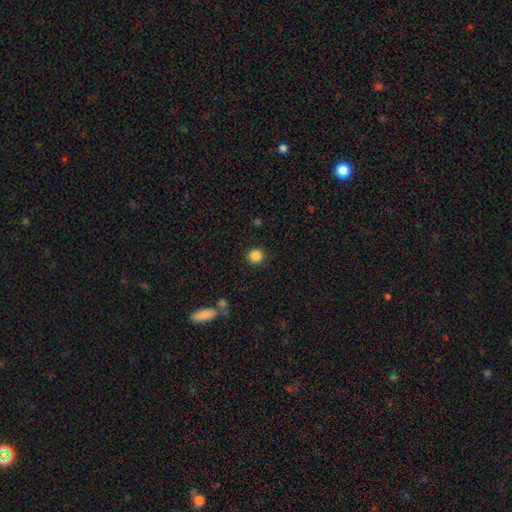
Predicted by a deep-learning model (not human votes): The model was most divided on "smooth or featured": smooth: 86%, star or artifact: 10%, featured or disk: 4%. More confident: how rounded — round (95%); merging — none (91%).